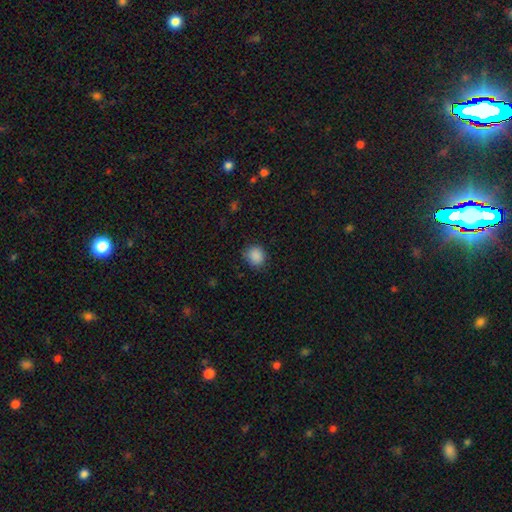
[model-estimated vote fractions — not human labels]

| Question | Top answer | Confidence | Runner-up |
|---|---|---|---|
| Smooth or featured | smooth | 88% | star or artifact (9%) |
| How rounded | round | 79% | in between (20%) |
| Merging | none | 81% | minor disturbance (14%) |